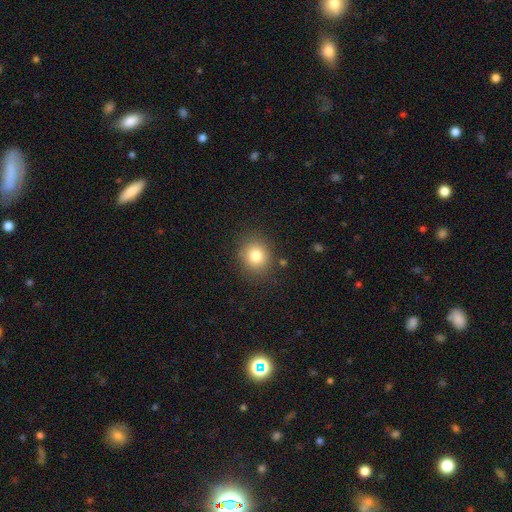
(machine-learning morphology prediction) Smooth or featured?
  - smooth: 80% *
  - star or artifact: 12%
  - featured or disk: 8%
How rounded?
  - round: 75% *
  - in between: 24%
  - cigar-shaped: 1%
Merging?
  - none: 85% *
  - minor disturbance: 10%
  - major disturbance: 3%
  - merger: 2%